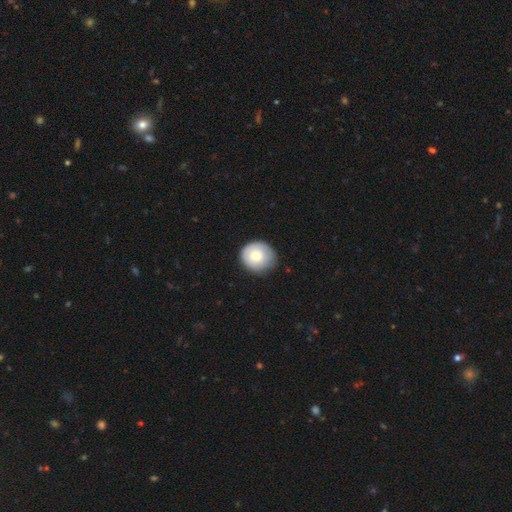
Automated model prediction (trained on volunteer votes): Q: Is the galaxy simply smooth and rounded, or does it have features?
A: smooth — 77%.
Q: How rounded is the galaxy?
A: round — 88%.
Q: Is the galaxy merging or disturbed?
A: none — 78%.